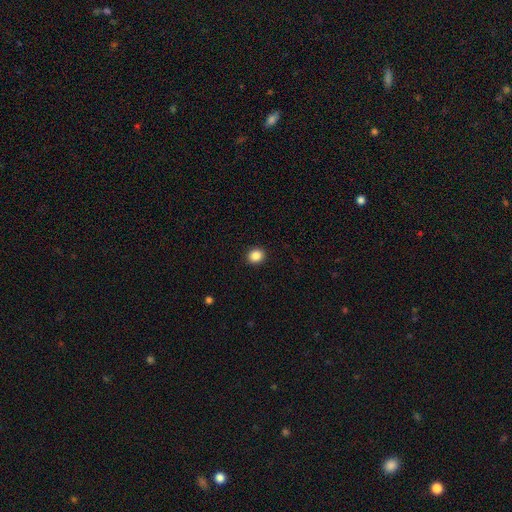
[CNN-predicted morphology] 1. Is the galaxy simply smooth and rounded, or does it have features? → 87% smooth, 10% star or artifact, 3% featured or disk.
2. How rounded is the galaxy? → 77% round, 22% in between, 1% cigar-shaped.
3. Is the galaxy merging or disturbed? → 92% none, 5% minor disturbance, 2% major disturbance, 1% merger.